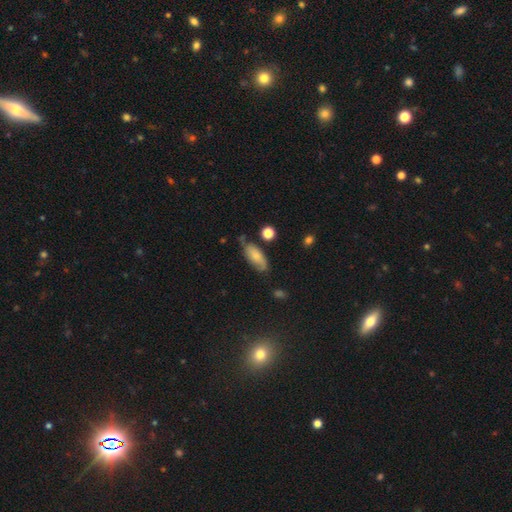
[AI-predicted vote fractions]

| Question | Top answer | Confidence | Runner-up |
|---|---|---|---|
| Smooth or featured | smooth | 63% | featured or disk (29%) |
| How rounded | in between | 83% | cigar-shaped (14%) |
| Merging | none | 60% | minor disturbance (28%) |